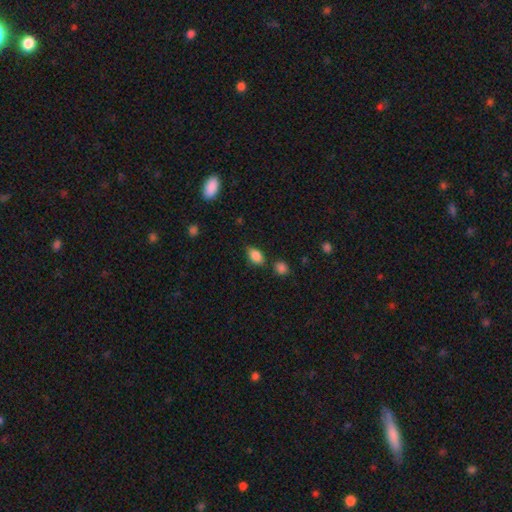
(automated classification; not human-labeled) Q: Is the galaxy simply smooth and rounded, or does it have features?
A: smooth — 86%.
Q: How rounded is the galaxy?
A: in between — 87%.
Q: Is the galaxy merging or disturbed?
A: none — 74%.